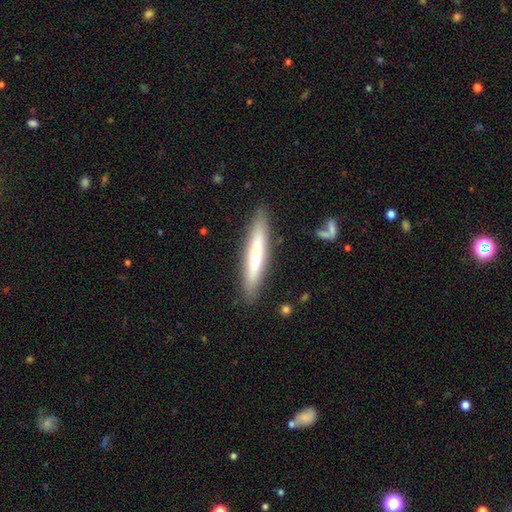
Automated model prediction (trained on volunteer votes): Smooth or featured?
  - smooth: 54% *
  - featured or disk: 38%
  - star or artifact: 8%
How rounded?
  - cigar-shaped: 91% *
  - in between: 8%
  - round: 1%
Merging?
  - none: 87% *
  - minor disturbance: 10%
  - major disturbance: 2%
  - merger: 2%